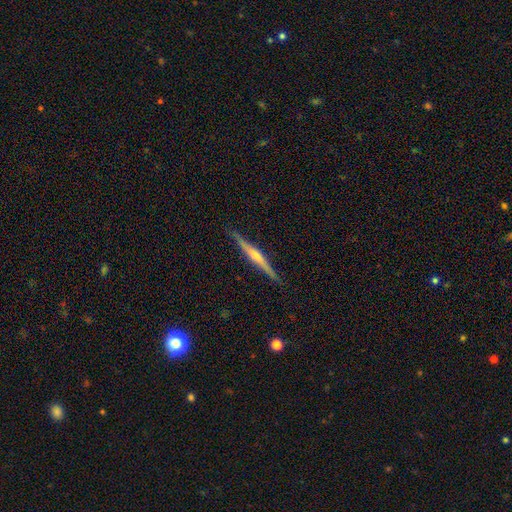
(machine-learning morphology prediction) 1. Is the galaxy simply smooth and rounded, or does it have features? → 79% featured or disk, 15% smooth, 5% star or artifact.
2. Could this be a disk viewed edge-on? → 98% yes, 2% no.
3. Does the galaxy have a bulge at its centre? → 77% rounded, 12% none, 11% boxy.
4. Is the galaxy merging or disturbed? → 91% none, 6% minor disturbance, 1% major disturbance, 1% merger.